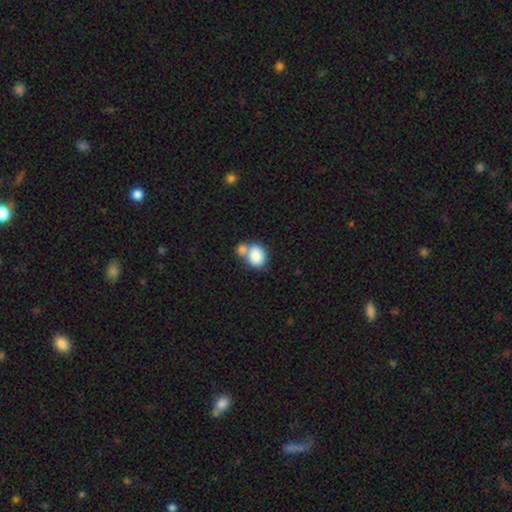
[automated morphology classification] Smooth or featured?
  - smooth: 84% *
  - star or artifact: 8%
  - featured or disk: 8%
How rounded?
  - in between: 50% *
  - round: 49%
  - cigar-shaped: 1%
Merging?
  - merger: 49% *
  - none: 36%
  - minor disturbance: 10%
  - major disturbance: 4%